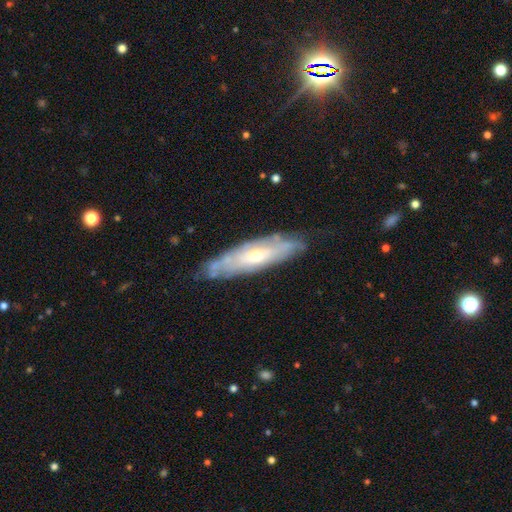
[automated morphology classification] This is likely a featured or disk galaxy (67%). It is likely not viewed edge-on (62%). Merging: likely none (73%).